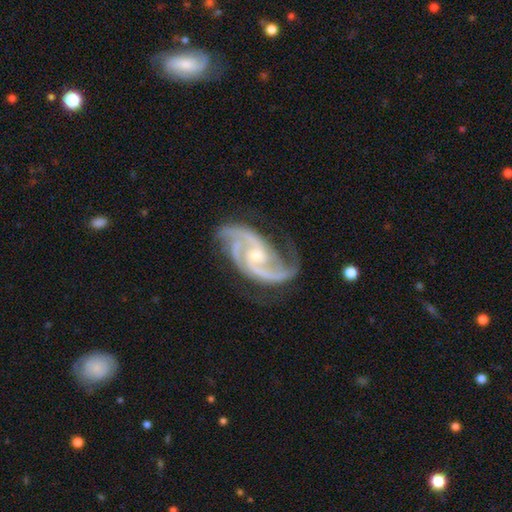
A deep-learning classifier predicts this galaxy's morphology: A featured or disk galaxy (94%) with no bar (56%), 2 (42%) medium (55%) spiral arms (99%) and a small central bulge (59%). Merging: none (69%).